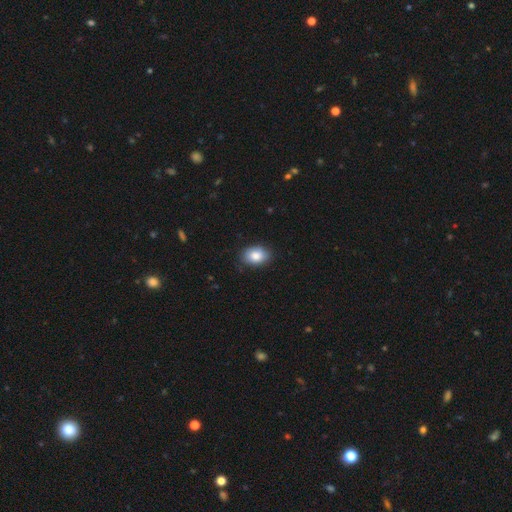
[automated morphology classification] smooth_or_featured: smooth (p=0.85) [alt: star or artifact p=0.08]
how_rounded: in between (p=0.80) [alt: round p=0.19]
merging: none (p=0.83) [alt: minor disturbance p=0.14]